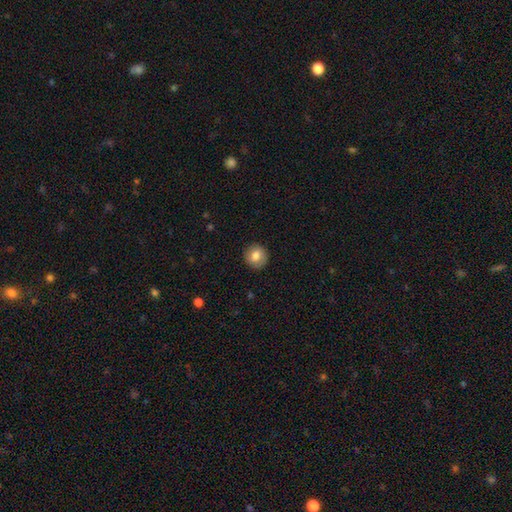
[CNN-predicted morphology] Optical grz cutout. It shows a smooth galaxy with no disk features (81%) that is round (90%). Merging: none (90%).